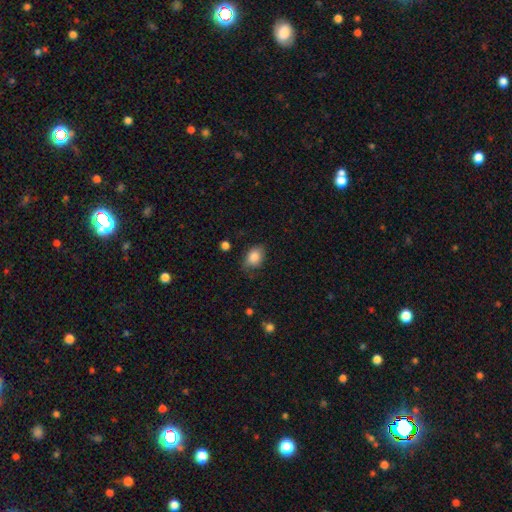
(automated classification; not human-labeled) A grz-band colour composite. It shows a smooth galaxy with no disk features (85%) that is in between round and cigar-shaped (76%). Merging: none (68%).